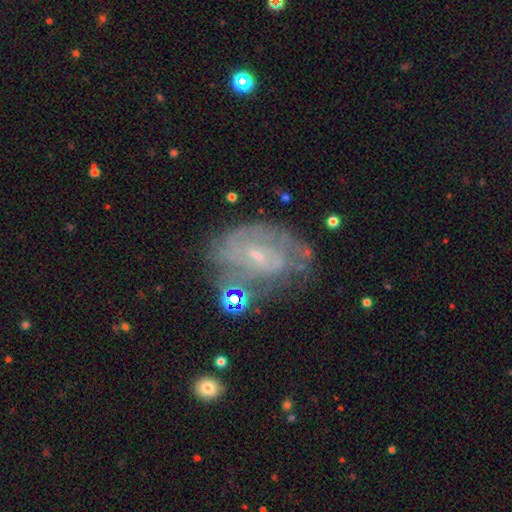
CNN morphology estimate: A featured or disk galaxy (76%) with a weak bar (46%), tight (52%) spiral arms (76%) and a small central bulge (79%). Merging: none (51%).